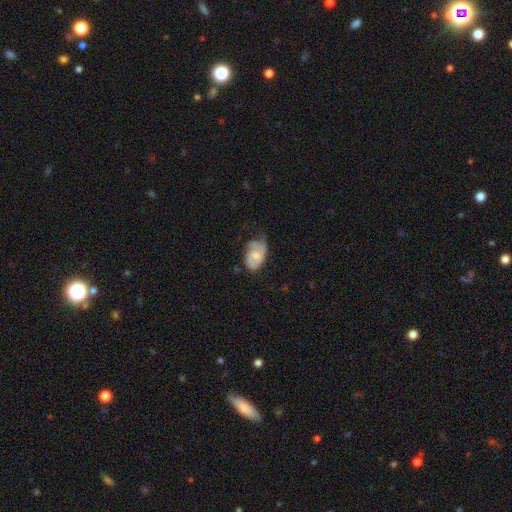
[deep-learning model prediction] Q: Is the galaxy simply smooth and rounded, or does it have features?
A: featured or disk — 52%.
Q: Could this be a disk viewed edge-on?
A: no — 96%.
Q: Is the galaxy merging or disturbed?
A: minor disturbance — 39%.